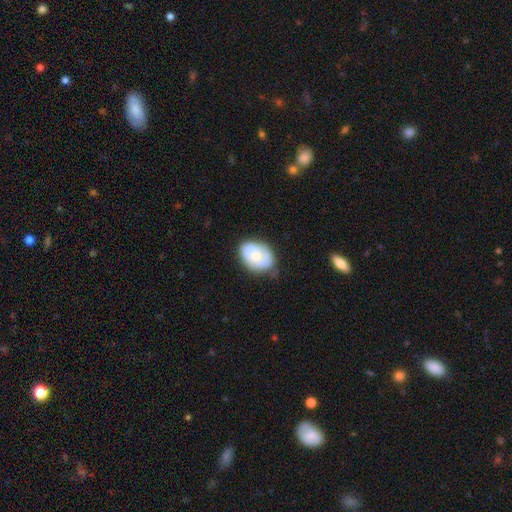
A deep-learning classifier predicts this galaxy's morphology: smooth 56%, featured or disk 37%, star or artifact 6%. Down the decision tree: how rounded — in between (76%); merging — none (62%).